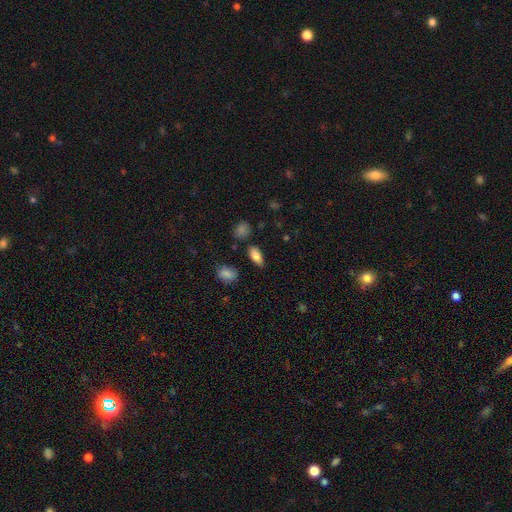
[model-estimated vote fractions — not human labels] Smooth or featured? smooth (81%)
How rounded? in between (85%)
Merging? none (82%)